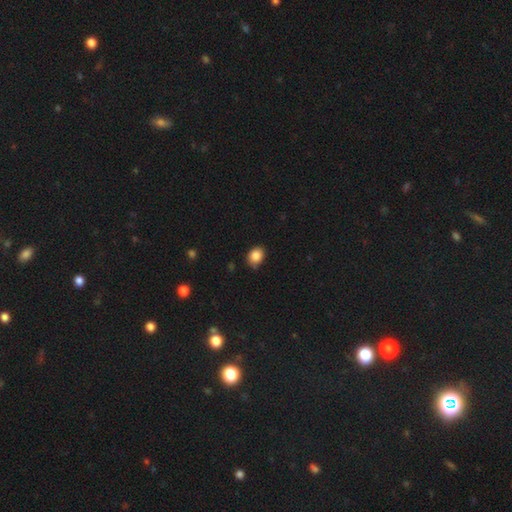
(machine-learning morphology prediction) smooth-or-featured: smooth: 86% | star or artifact: 9% | featured or disk: 5%
  how-rounded: in between: 54% | round: 45% | cigar-shaped: 1%
  merging: none: 74% | minor disturbance: 21% | major disturbance: 3% | merger: 2%